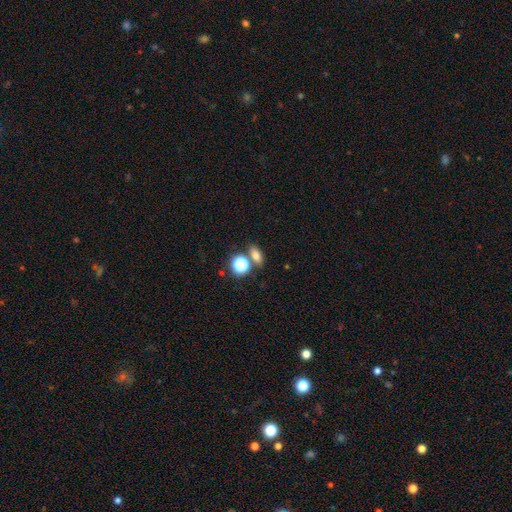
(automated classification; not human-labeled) smooth-or-featured: smooth: 70% | star or artifact: 17% | featured or disk: 13%
  how-rounded: in between: 68% | round: 24% | cigar-shaped: 7%
  merging: none: 72% | merger: 15% | minor disturbance: 10% | major disturbance: 3%